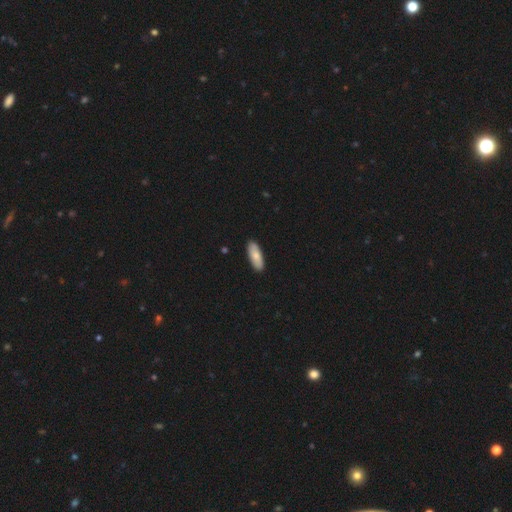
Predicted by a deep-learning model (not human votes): smooth 79%, featured or disk 16%, star or artifact 5%. Down the decision tree: how rounded — in between (72%); merging — none (90%).